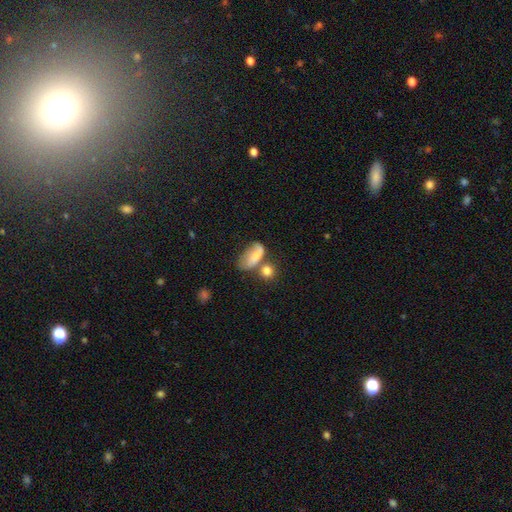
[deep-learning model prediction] A smooth galaxy with no disk features (62%) that is in between round and cigar-shaped (80%).

Vote fractions:
- Smooth or featured? smooth: 62% / featured or disk: 26% / star or artifact: 13%
- How rounded? in between: 80% / round: 11% / cigar-shaped: 9%
- Merging? none: 32% / merger: 27% / minor disturbance: 23% / major disturbance: 18%